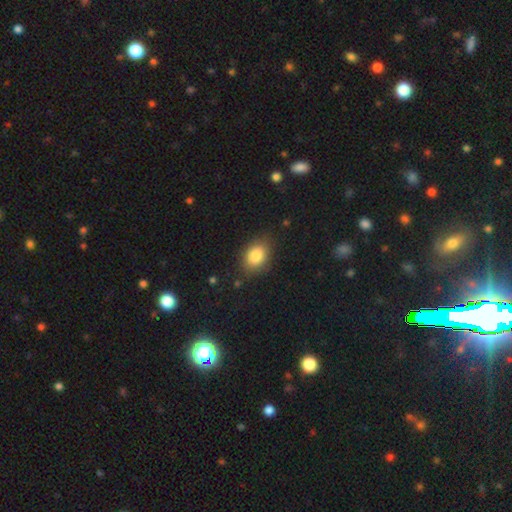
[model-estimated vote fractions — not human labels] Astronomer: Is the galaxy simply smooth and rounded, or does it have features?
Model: smooth — 84%.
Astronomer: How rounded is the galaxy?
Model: in between — 72%.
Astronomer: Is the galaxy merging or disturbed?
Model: none — 81%.